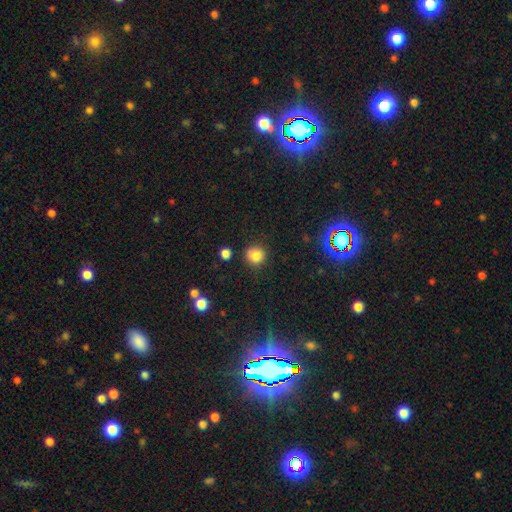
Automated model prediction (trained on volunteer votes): Smooth or featured?
  - smooth: 83% *
  - star or artifact: 12%
  - featured or disk: 5%
How rounded?
  - round: 91% *
  - in between: 8%
  - cigar-shaped: 1%
Merging?
  - none: 81% *
  - minor disturbance: 12%
  - merger: 4%
  - major disturbance: 3%